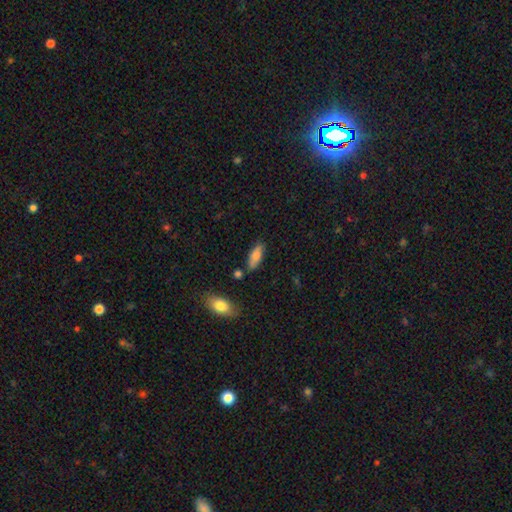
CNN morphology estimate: This is likely a smooth galaxy (74%). How rounded: likely in between (72%). Merging: likely none (76%).